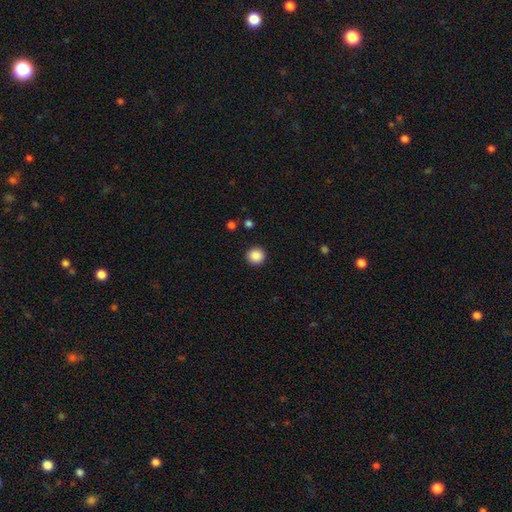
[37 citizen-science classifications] A smooth galaxy with no disk features (89%) that is round (94%). Merging: none (88%).